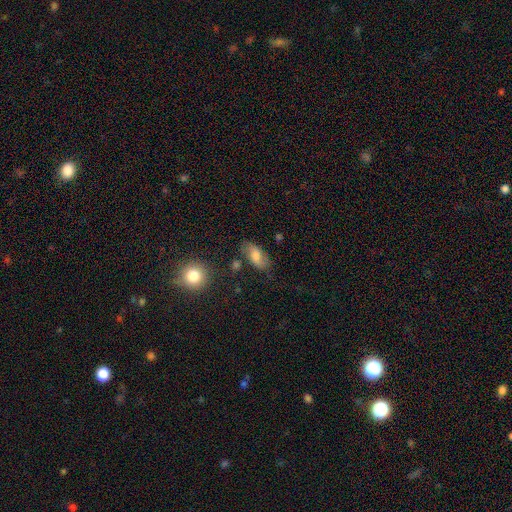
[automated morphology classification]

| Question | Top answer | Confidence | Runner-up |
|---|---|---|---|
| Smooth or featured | smooth | 59% | featured or disk (31%) |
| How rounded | in between | 88% | round (6%) |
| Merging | none | 70% | minor disturbance (19%) |